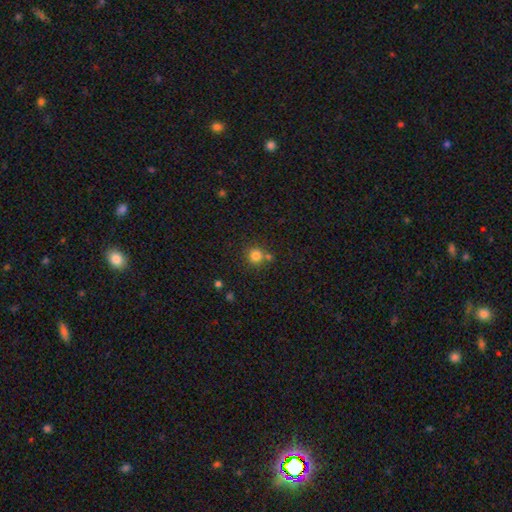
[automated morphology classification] The model was most divided on "merging": none: 69%, merger: 19%, minor disturbance: 10%, major disturbance: 3%. More confident: how rounded — round (91%); smooth or featured — smooth (80%).